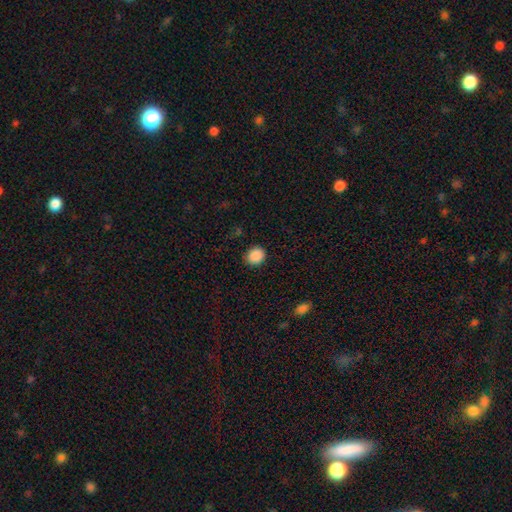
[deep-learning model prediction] smooth_or_featured: smooth (p=0.89) [alt: star or artifact p=0.09]
how_rounded: round (p=0.71) [alt: in between p=0.28]
merging: none (p=0.87) [alt: minor disturbance p=0.09]